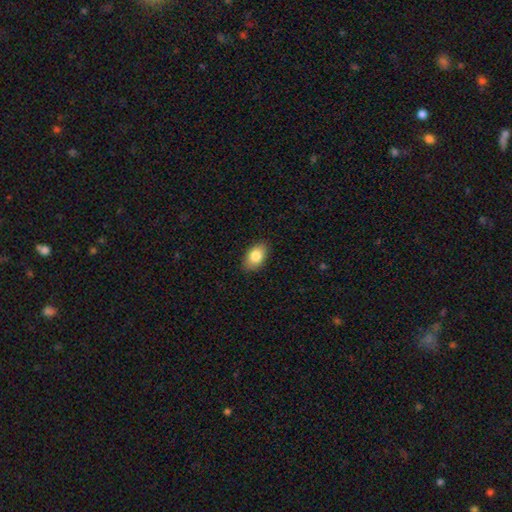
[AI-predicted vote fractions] A smooth galaxy with no disk features (84%) that is in between round and cigar-shaped (90%). Merging: none (88%).